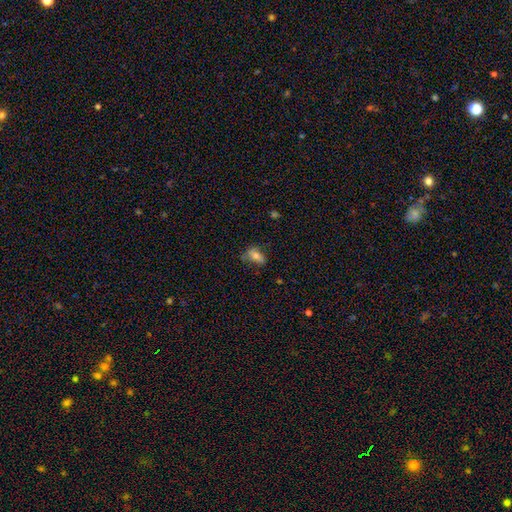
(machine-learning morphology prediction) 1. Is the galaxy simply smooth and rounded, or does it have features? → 69% smooth, 22% featured or disk, 10% star or artifact.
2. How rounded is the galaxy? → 84% in between, 9% round, 7% cigar-shaped.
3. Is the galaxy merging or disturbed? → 58% none, 28% minor disturbance, 11% major disturbance, 3% merger.